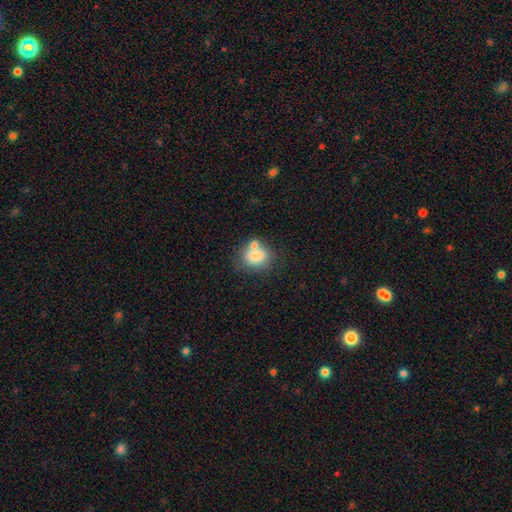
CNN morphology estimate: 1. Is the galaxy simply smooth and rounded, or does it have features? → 76% smooth, 15% featured or disk, 9% star or artifact.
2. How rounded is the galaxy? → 59% round, 40% in between, 1% cigar-shaped.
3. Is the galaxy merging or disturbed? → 43% none, 37% merger, 15% minor disturbance, 6% major disturbance.